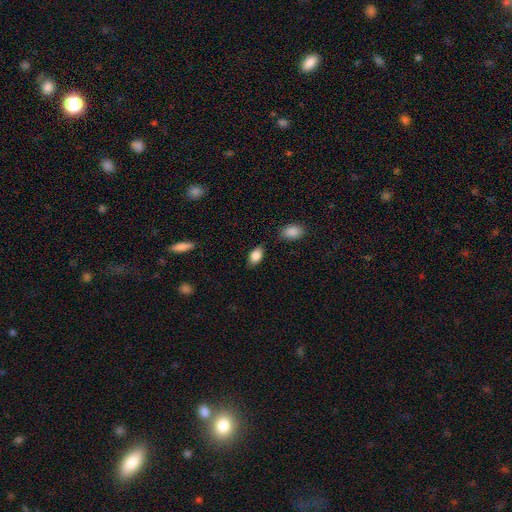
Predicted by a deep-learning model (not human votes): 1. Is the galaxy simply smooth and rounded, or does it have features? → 85% smooth, 7% featured or disk, 7% star or artifact.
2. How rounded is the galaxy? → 90% in between, 7% round, 3% cigar-shaped.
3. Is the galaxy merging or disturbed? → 82% none, 13% minor disturbance, 3% major disturbance, 3% merger.